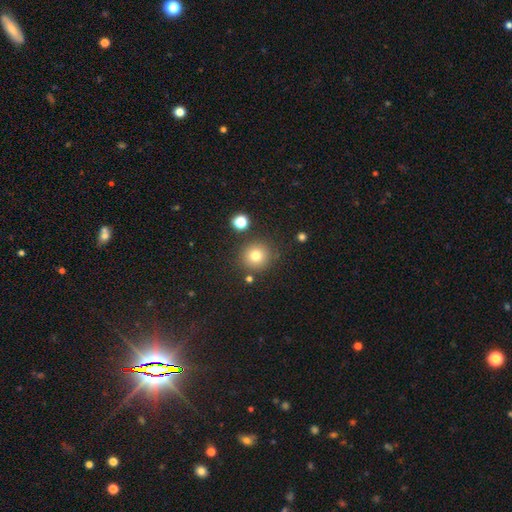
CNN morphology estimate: smooth 78%, star or artifact 14%, featured or disk 8%. Down the decision tree: how rounded — round (93%); merging — none (85%).